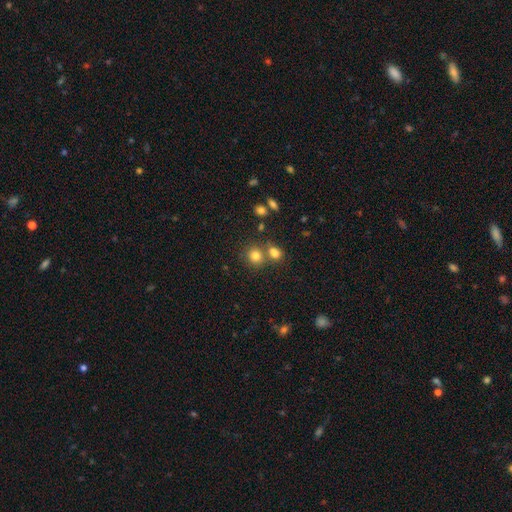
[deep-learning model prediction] smooth_or_featured: smooth (p=0.79) [alt: star or artifact p=0.13]
how_rounded: round (p=0.81) [alt: in between p=0.18]
merging: none (p=0.58) [alt: merger p=0.30]